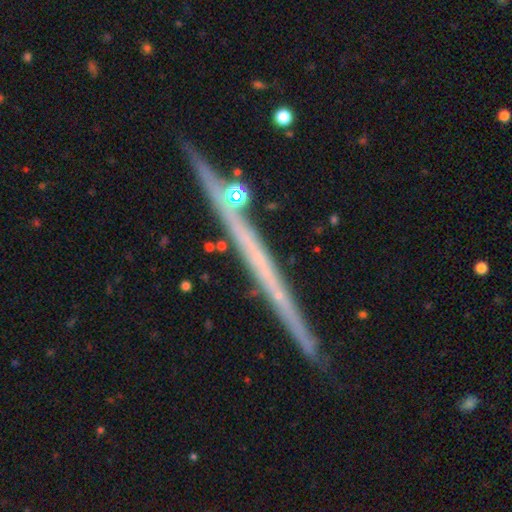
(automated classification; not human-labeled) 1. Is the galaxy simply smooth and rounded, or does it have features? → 67% featured or disk, 21% smooth, 12% star or artifact.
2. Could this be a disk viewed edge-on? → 96% yes, 4% no.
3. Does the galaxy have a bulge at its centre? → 88% none, 8% rounded, 4% boxy.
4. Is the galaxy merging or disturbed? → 84% none, 9% minor disturbance, 4% merger, 3% major disturbance.